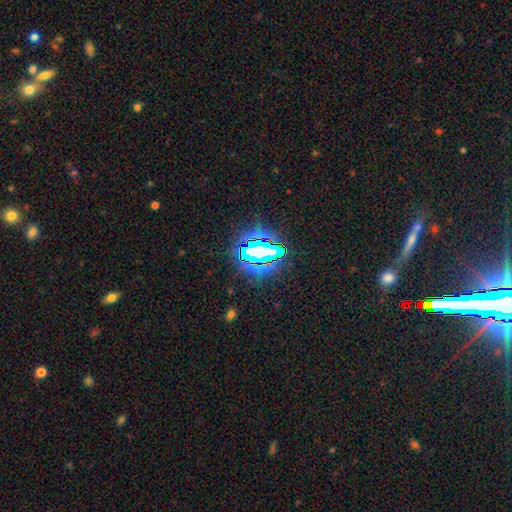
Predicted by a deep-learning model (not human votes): A star or artifact, not a galaxy (70%).